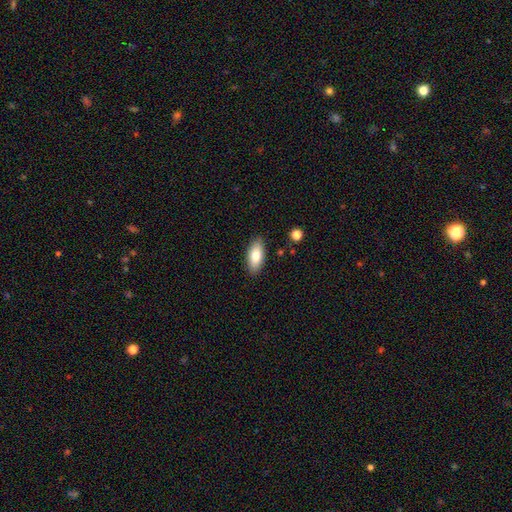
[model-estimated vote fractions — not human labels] This appears to be a smooth galaxy with no disk features (78%) that is in between round and cigar-shaped (87%). Merging: none (87%).